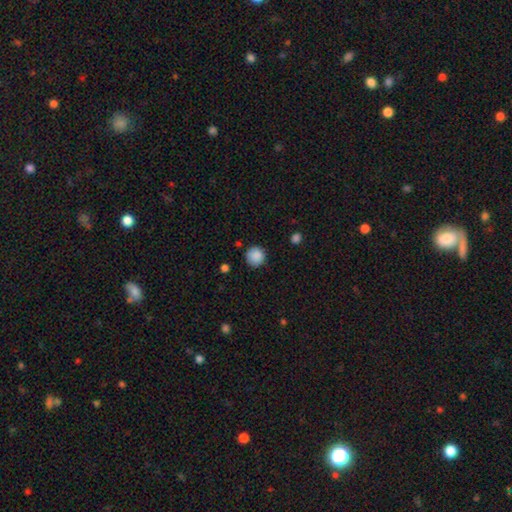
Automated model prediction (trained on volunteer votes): Morphology: type=smooth (87%); roundness=round (94%); merging=none (85%).